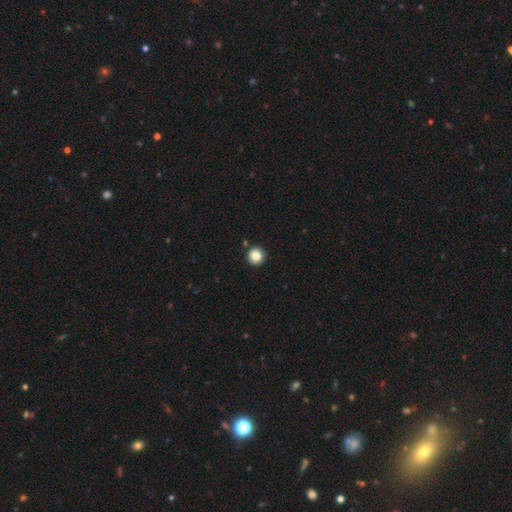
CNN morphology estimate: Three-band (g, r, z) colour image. It shows a smooth galaxy with no disk features (85%) that is round (93%). Merging: none (89%).